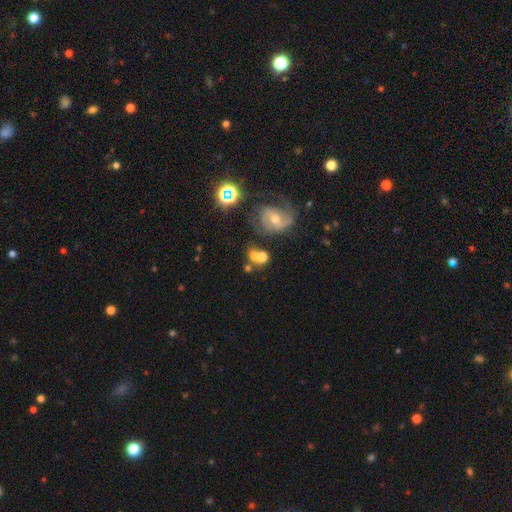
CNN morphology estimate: The model was most divided on "merging": merger: 43%, none: 36%, minor disturbance: 12%, major disturbance: 9%. More confident: how rounded — round (66%); smooth or featured — smooth (58%).